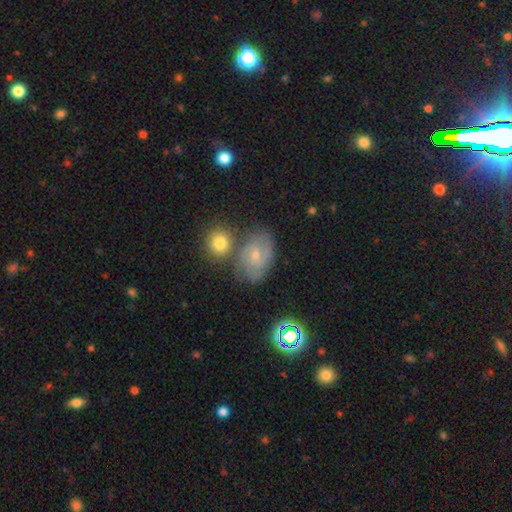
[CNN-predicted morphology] type=featured or disk (54%); edge-on=no (96%); bar=no (69%); spiral arms=yes (81%); bulge=small (66%); merging=none (56%).